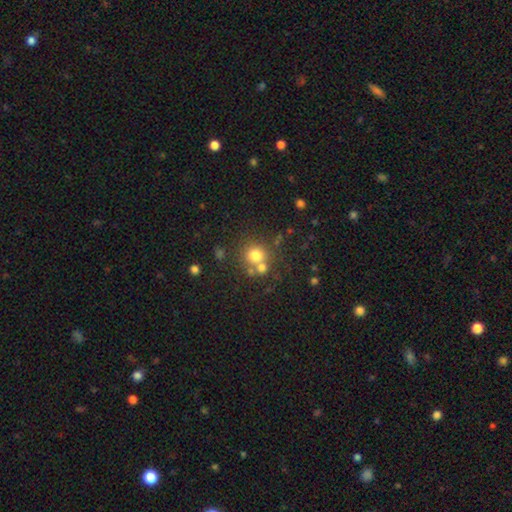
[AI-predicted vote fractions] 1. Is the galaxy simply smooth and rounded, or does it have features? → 74% smooth, 15% star or artifact, 11% featured or disk.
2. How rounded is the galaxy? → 90% round, 10% in between, 1% cigar-shaped.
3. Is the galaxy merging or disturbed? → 60% none, 28% merger, 8% minor disturbance, 4% major disturbance.